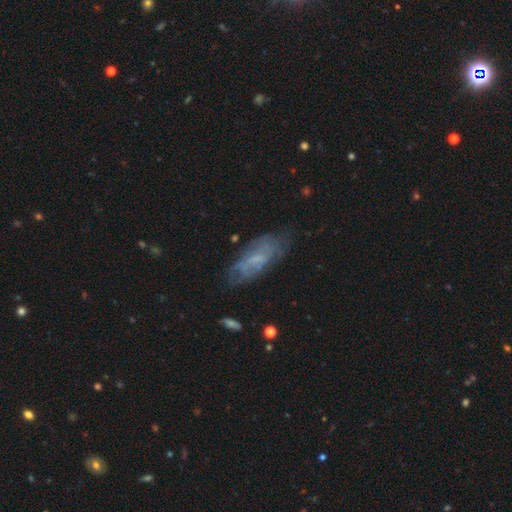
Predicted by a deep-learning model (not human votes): Smooth or featured? featured or disk (49%)
Merging? none (76%)